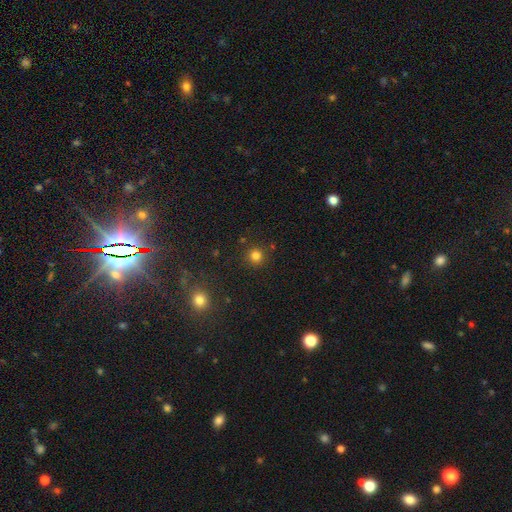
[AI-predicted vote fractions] Smooth or featured?
  - smooth: 79% *
  - star or artifact: 15%
  - featured or disk: 5%
How rounded?
  - round: 94% *
  - in between: 5%
  - cigar-shaped: 1%
Merging?
  - none: 88% *
  - minor disturbance: 6%
  - merger: 3%
  - major disturbance: 2%